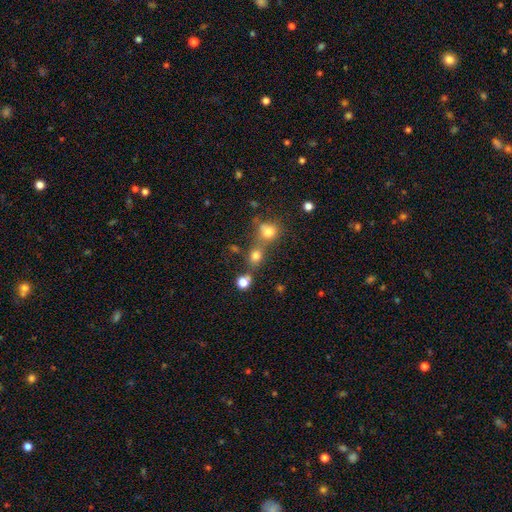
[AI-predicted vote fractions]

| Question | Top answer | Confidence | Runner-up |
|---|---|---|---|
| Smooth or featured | smooth | 74% | star or artifact (17%) |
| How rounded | round | 73% | in between (25%) |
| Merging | none | 51% | merger (35%) |